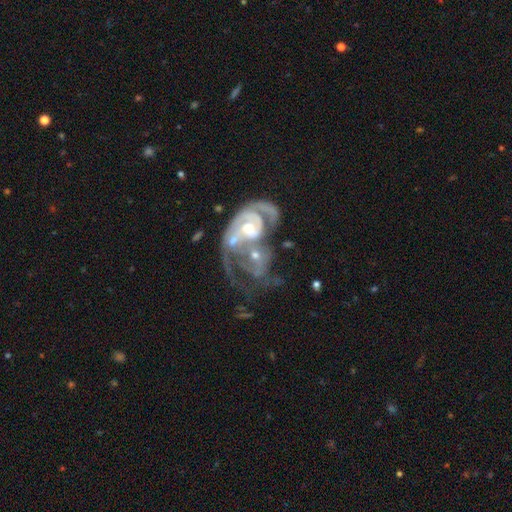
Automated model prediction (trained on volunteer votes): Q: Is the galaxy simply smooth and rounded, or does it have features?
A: featured or disk — 81%.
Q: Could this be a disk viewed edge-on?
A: no — 97%.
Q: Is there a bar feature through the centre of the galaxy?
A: no — 69%.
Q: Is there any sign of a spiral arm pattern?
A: yes — 78%.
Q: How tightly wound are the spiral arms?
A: tight — 42%.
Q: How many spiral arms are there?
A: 2 — 36%.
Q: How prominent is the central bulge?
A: moderate — 58%.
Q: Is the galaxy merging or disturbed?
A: merger — 67%.